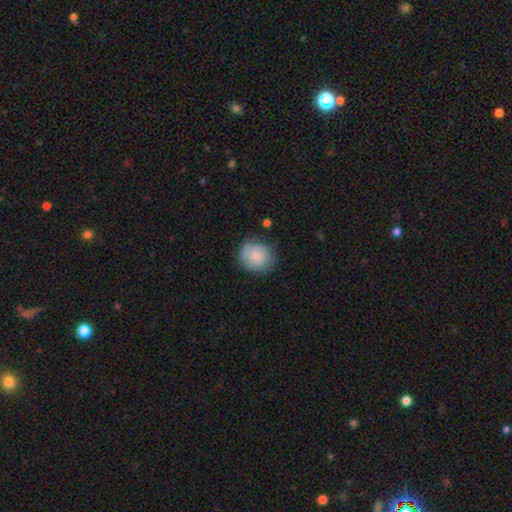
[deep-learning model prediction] Overall: smooth (79%). How rounded: round (80%). Merging: none (76%).